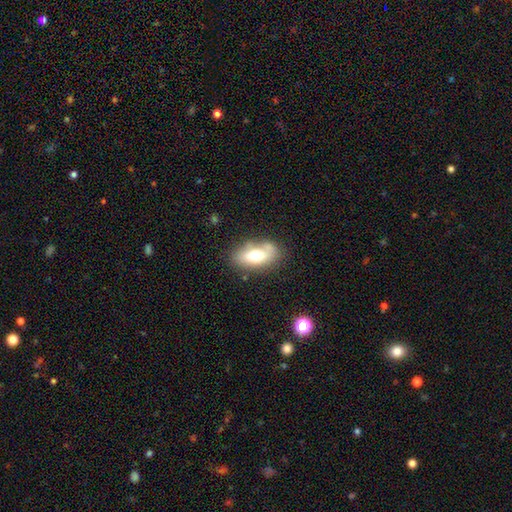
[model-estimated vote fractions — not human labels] smooth_or_featured: smooth (p=0.64) [alt: featured or disk p=0.28]
how_rounded: in between (p=0.87) [alt: cigar-shaped p=0.08]
merging: none (p=0.67) [alt: minor disturbance p=0.20]